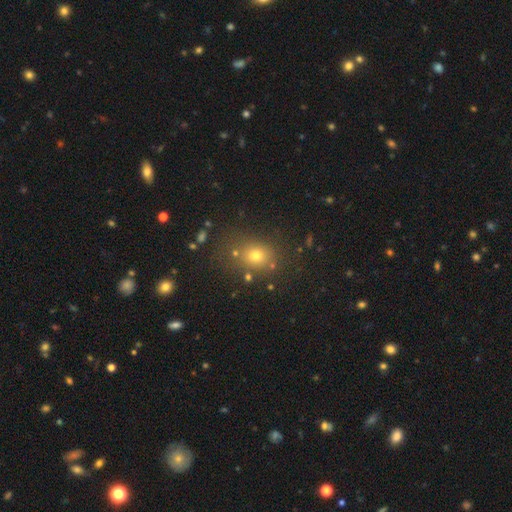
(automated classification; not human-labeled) smooth 69%, star or artifact 21%, featured or disk 10%. Down the decision tree: how rounded — round (63%); merging — none (77%).